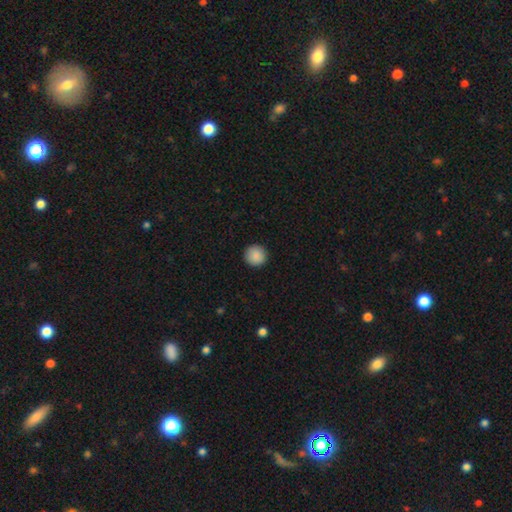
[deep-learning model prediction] Overall: smooth (89%). How rounded: round (96%). Merging: none (93%).